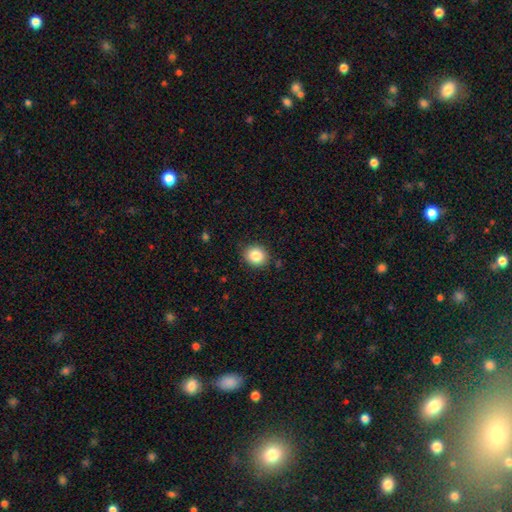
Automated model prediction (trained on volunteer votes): Overall: smooth (85%). How rounded: round (77%). Merging: none (85%).